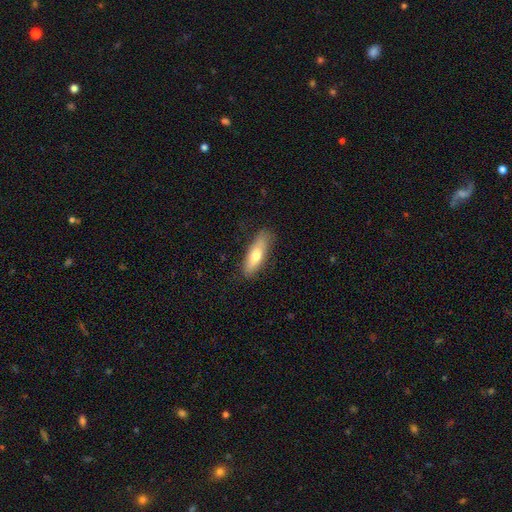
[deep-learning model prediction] Smooth or featured? smooth (70%)
How rounded? cigar-shaped (49%, tied with in between)
Merging? none (77%)